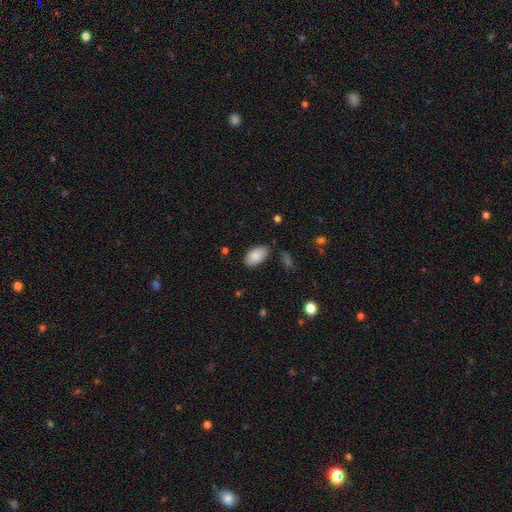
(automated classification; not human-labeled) Smooth or featured? smooth (87%)
How rounded? in between (95%)
Merging? none (77%)